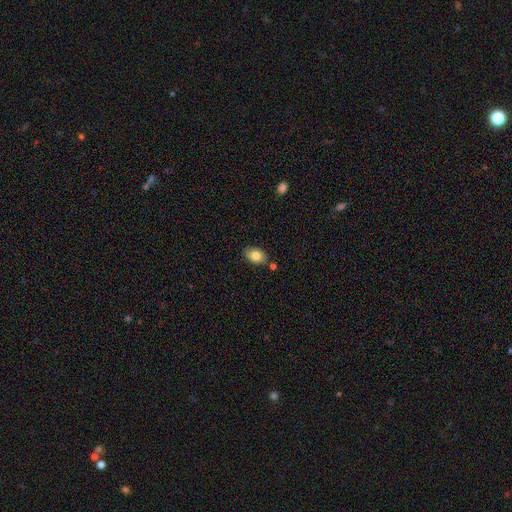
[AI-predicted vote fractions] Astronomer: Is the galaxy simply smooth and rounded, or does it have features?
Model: smooth — 82%.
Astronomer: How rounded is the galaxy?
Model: in between — 84%.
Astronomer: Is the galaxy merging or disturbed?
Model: none — 81%.